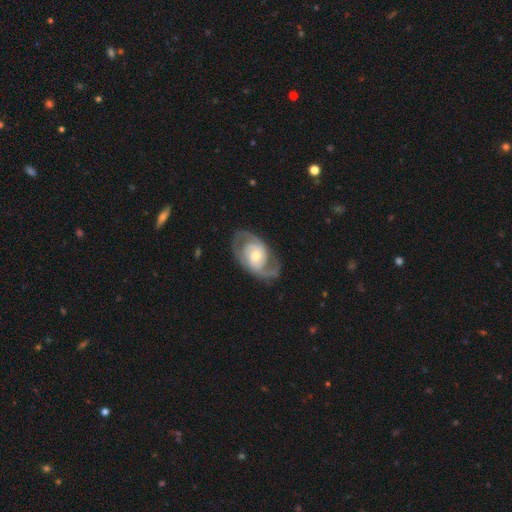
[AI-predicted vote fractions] This is clearly a featured or disk galaxy (83%). It is clearly not viewed edge-on (96%). Bar: likely no (62%). Spiral arm pattern: clearly yes (91%). Spiral arm count: clearly 2 (81%). Spiral winding: possibly medium (47%). Central bulge: possibly moderate (56%). Merging: likely none (72%).